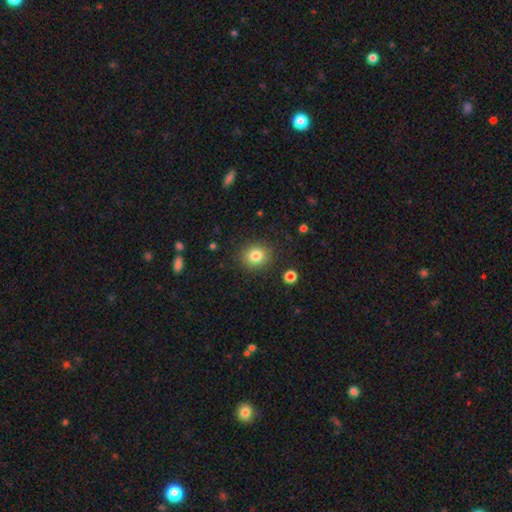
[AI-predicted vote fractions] Smooth or featured? Predicted: smooth (p=0.82). How rounded? Predicted: round (p=0.78). Merging? Predicted: none (p=0.88).